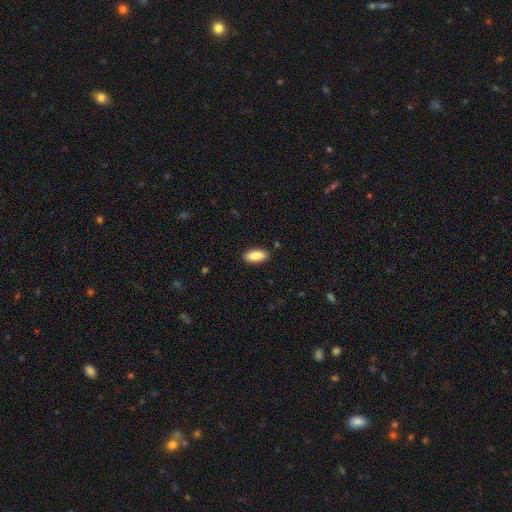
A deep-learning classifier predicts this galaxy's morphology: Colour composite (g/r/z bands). It shows a smooth galaxy with no disk features (89%) that is in between round and cigar-shaped (87%). Merging: none (89%).